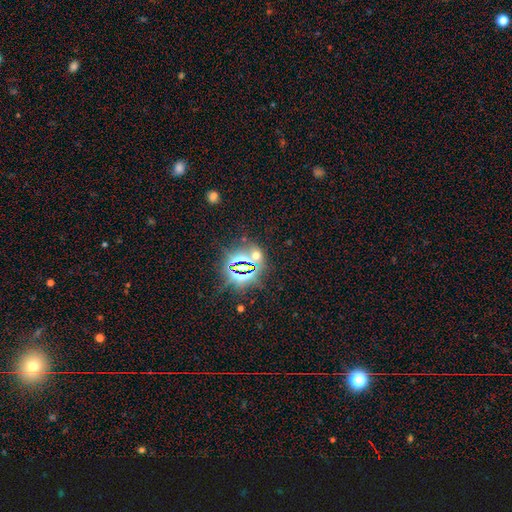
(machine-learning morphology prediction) A star or artifact, not a galaxy (65%).

Vote fractions:
- Smooth or featured? star or artifact: 65% / smooth: 26% / featured or disk: 9%